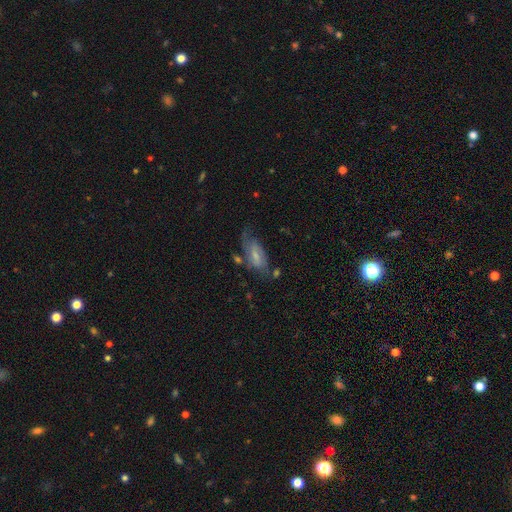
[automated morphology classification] The model was most divided on "smooth or featured": featured or disk: 47%, smooth: 45%, star or artifact: 8%. Remaining: merging — none (49%).